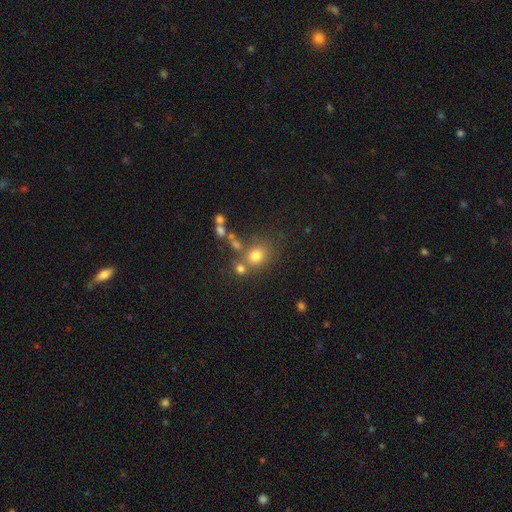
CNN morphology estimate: Smooth or featured? Predicted: smooth (p=0.71). How rounded? Predicted: round (p=0.71). Merging? Predicted: none (p=0.58).